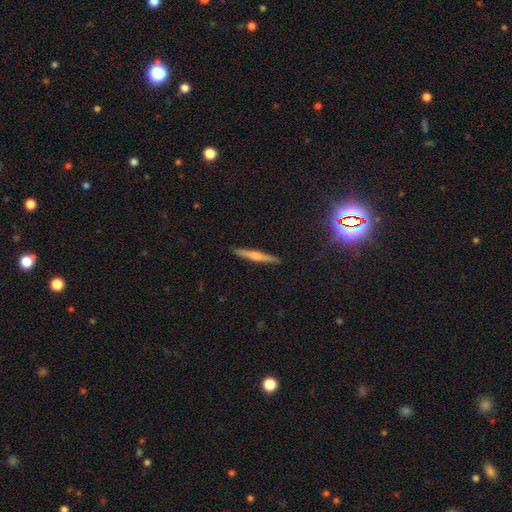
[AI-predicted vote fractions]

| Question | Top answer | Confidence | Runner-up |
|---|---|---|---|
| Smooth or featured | featured or disk | 51% | smooth (42%) |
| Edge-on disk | yes | 97% | no (3%) |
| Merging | none | 92% | minor disturbance (6%) |